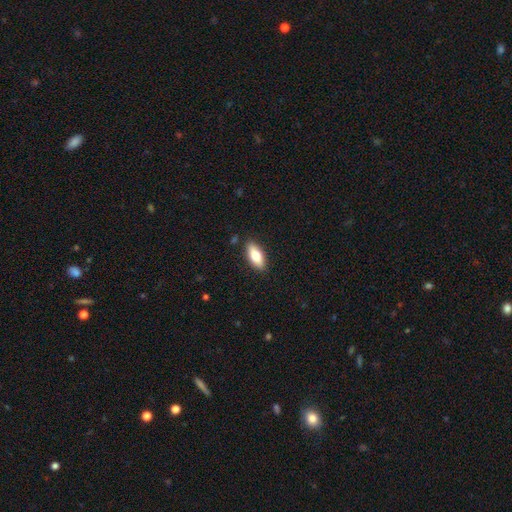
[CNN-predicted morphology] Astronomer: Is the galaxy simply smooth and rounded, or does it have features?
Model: smooth — 77%.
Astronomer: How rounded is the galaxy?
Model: in between — 81%.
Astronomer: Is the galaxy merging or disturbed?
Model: none — 87%.